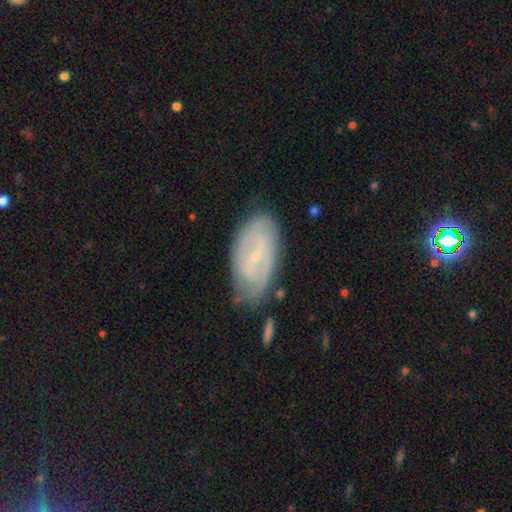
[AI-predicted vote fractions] Smooth or featured? featured or disk (68%)
Edge-on disk? no (93%)
Bar? weak (48%)
Spiral arms? yes (80%)
Spiral winding? tight (51%)
Spiral arm count? 2 (48%)
Bulge size? small (80%)
Merging? none (69%)